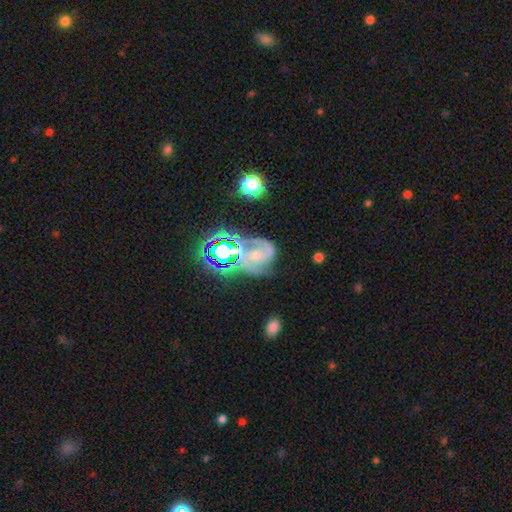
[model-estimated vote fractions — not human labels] Overall: featured or disk (73%). Edge-on disk: no (98%). Bar: no (57%; weak 30%). Spiral arms: yes (94%). Spiral arm count: 2 (76%). Spiral winding: medium (51%; tight 33%). Bulge size: moderate (37%; small 35%). Merging: none (41%; minor disturbance 20%).